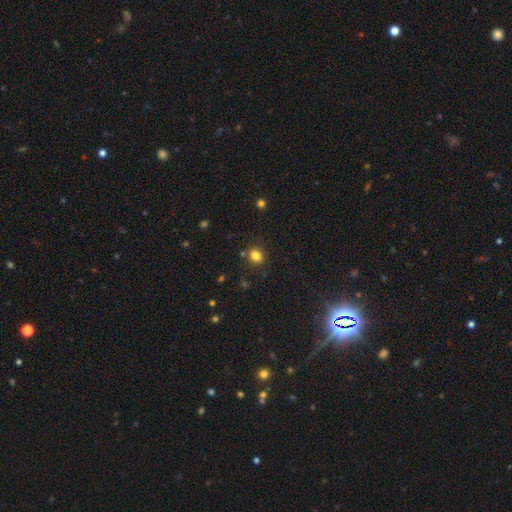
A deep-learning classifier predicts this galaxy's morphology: This is clearly a smooth galaxy (82%). How rounded: likely round (62%). Merging: clearly none (82%).